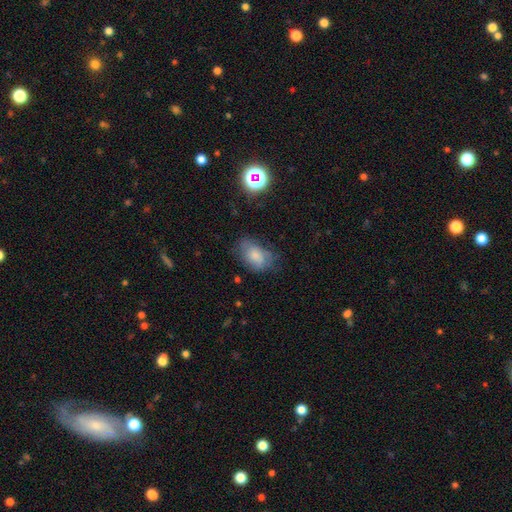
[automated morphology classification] smooth-or-featured: smooth: 68% | featured or disk: 22% | star or artifact: 10%
  how-rounded: in between: 88% | round: 11% | cigar-shaped: 2%
  merging: none: 54% | minor disturbance: 30% | major disturbance: 13% | merger: 2%